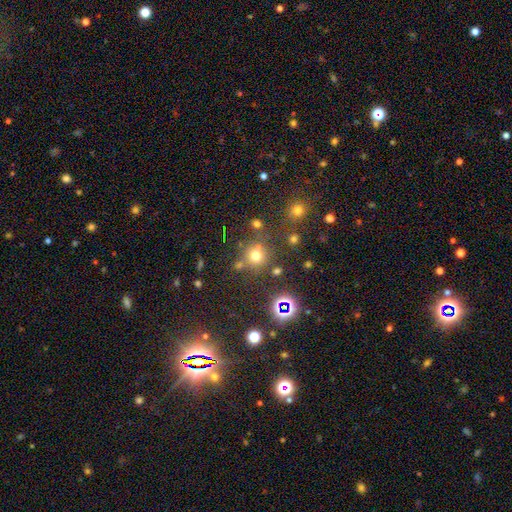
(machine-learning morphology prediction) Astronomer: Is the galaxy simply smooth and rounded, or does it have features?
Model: smooth — 65%.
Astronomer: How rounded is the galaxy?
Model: round — 91%.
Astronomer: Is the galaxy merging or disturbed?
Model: none — 72%.